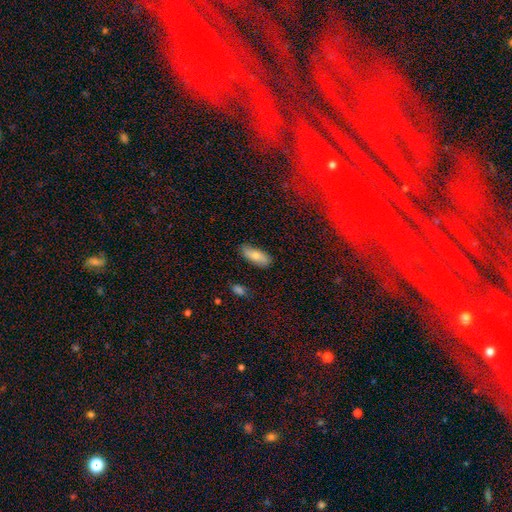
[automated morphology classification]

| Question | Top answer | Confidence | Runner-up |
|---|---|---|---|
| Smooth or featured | smooth | 74% | featured or disk (20%) |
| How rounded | in between | 80% | cigar-shaped (18%) |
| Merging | none | 79% | minor disturbance (16%) |